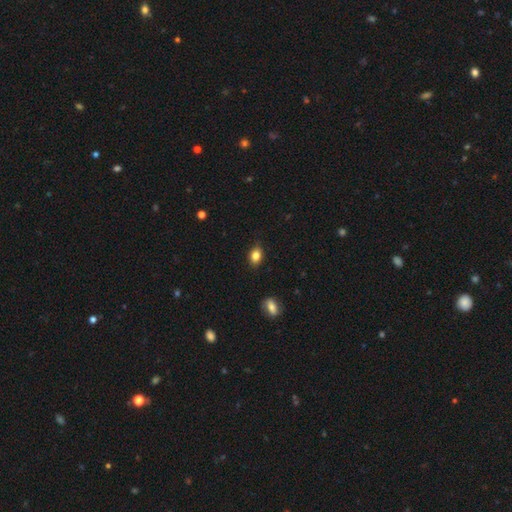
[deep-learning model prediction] Smooth or featured? Predicted: smooth (p=0.83). How rounded? Predicted: in between (p=0.71). Merging? Predicted: none (p=0.81).